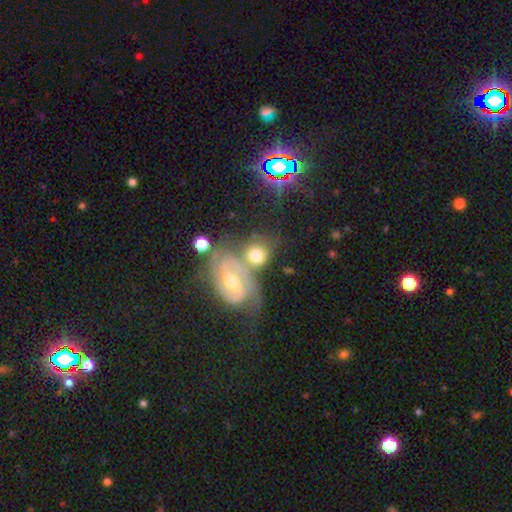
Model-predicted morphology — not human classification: A featured or disk galaxy (46%).

Vote fractions:
- Smooth or featured? featured or disk: 46% / smooth: 43% / star or artifact: 10%
- Merging? merger: 43% / none: 36% / minor disturbance: 13% / major disturbance: 8%